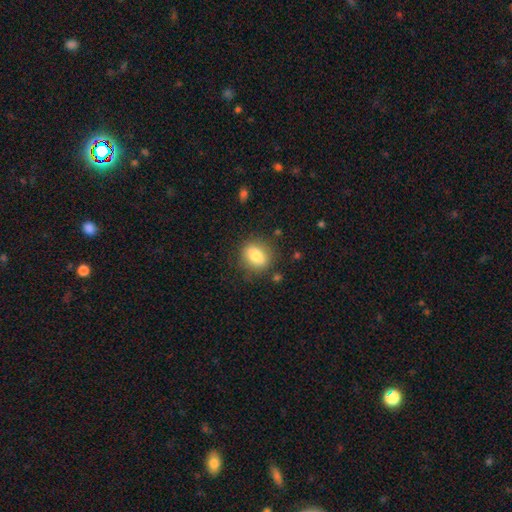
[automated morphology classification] smooth_or_featured: smooth (p=0.80) [alt: featured or disk p=0.12]
how_rounded: round (p=0.54) [alt: in between p=0.45]
merging: none (p=0.81) [alt: minor disturbance p=0.13]